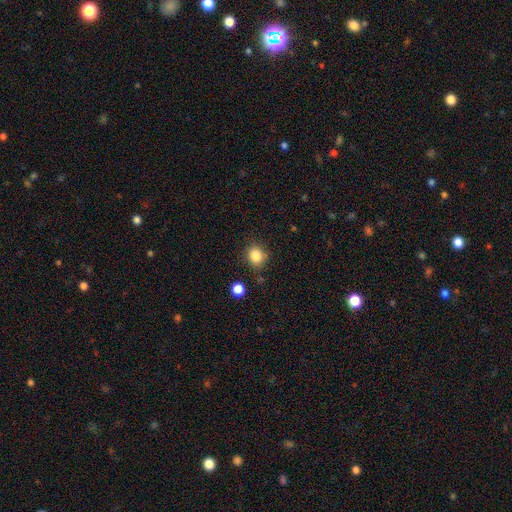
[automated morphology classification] smooth 84%, star or artifact 11%, featured or disk 5%. Down the decision tree: how rounded — round (75%); merging — none (80%).